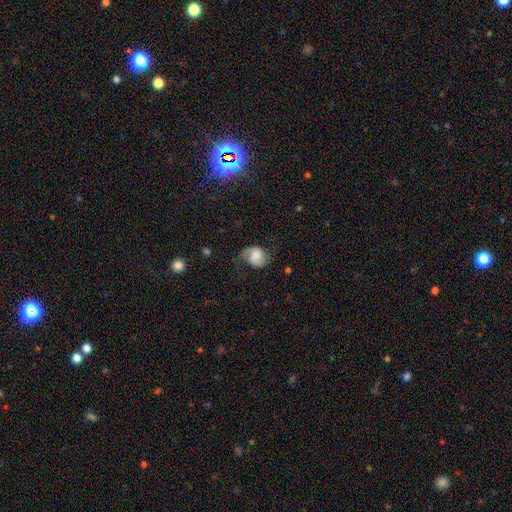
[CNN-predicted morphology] Q: Smooth or featured?
A: featured or disk (55%); runner-up: smooth (36%)
Q: Edge-on disk?
A: no (97%); runner-up: yes (3%)
Q: Bar?
A: no (50%); runner-up: weak (38%)
Q: Spiral arms?
A: yes (91%); runner-up: no (9%)
Q: Bulge size?
A: none (29%); runner-up: large (26%)
Q: Merging?
A: none (57%); runner-up: minor disturbance (25%)